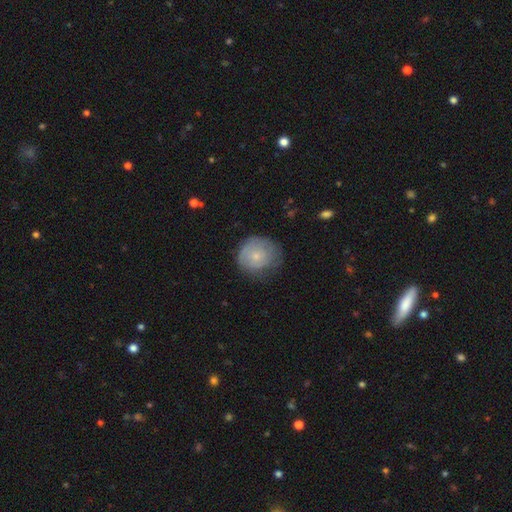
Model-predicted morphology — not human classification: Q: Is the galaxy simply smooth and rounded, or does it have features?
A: smooth — 63%.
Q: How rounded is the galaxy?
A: round — 84%.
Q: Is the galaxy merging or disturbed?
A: none — 57%.